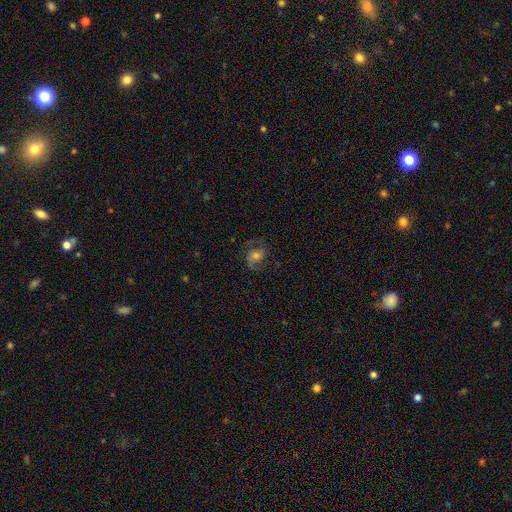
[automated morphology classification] smooth-or-featured: featured or disk: 70% | smooth: 19% | star or artifact: 10%
  disk-edge-on: no: 97% | yes: 3%
    bar: no: 44% | weak: 40% | strong: 16%
    has-spiral-arms: yes: 93% | no: 7%
      spiral-winding: medium: 54% | loose: 30% | tight: 16%
      spiral-arm-count: 2: 88% | can't tell: 5% | 1: 4% | 3: 2% | 4: 1% | more than 4: 1%
    bulge-size: moderate: 51% | small: 29% | large: 13% | none: 5% | dominant: 2%
  merging: none: 73% | minor disturbance: 15% | major disturbance: 11% | merger: 1%